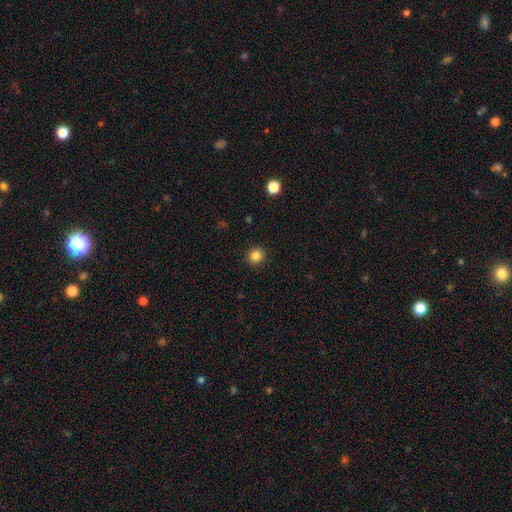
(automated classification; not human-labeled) smooth 85%, star or artifact 11%, featured or disk 4%. Down the decision tree: how rounded — round (93%); merging — none (92%).